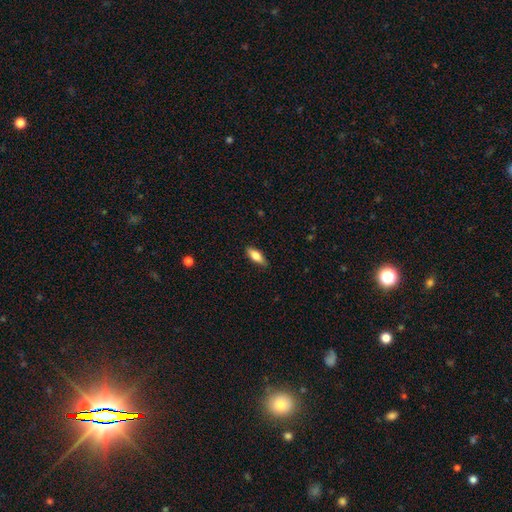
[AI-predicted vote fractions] This is likely a smooth galaxy (75%). How rounded: likely in between (70%). Merging: clearly none (85%).